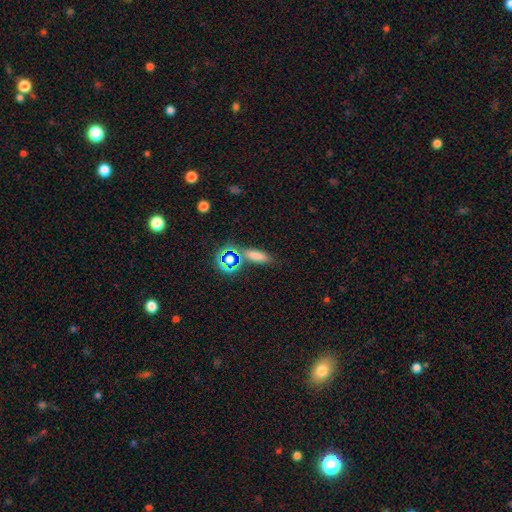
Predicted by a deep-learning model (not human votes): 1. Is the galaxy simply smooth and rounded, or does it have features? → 73% smooth, 18% star or artifact, 9% featured or disk.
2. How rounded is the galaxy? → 51% in between, 42% cigar-shaped, 8% round.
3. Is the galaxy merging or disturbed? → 78% none, 12% minor disturbance, 7% merger, 4% major disturbance.